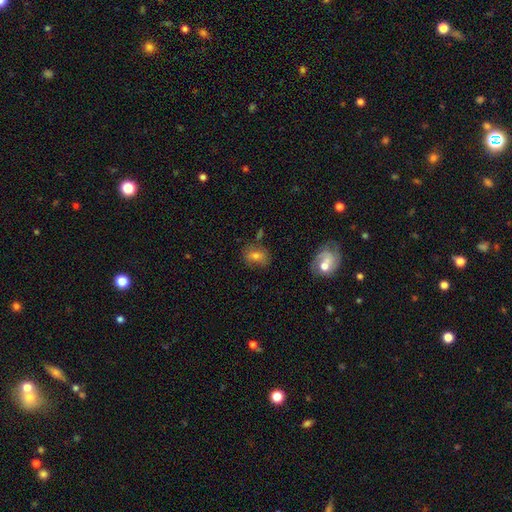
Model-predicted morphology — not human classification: smooth_or_featured: smooth (p=0.65) [alt: featured or disk p=0.23]
how_rounded: in between (p=0.65) [alt: round p=0.33]
merging: none (p=0.69) [alt: minor disturbance p=0.18]